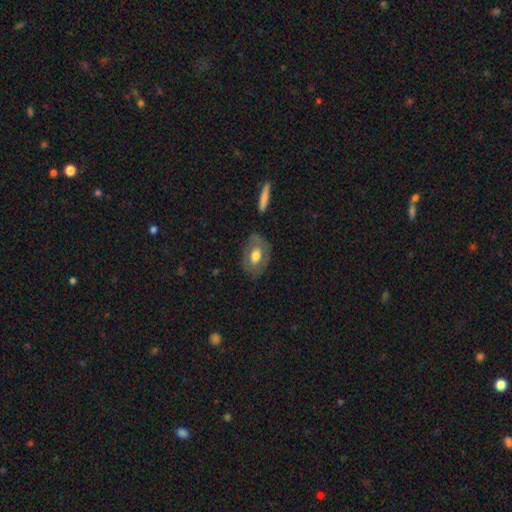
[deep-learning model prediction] A smooth galaxy with no disk features (51%) that is in between round and cigar-shaped (80%). Merging: none (75%).